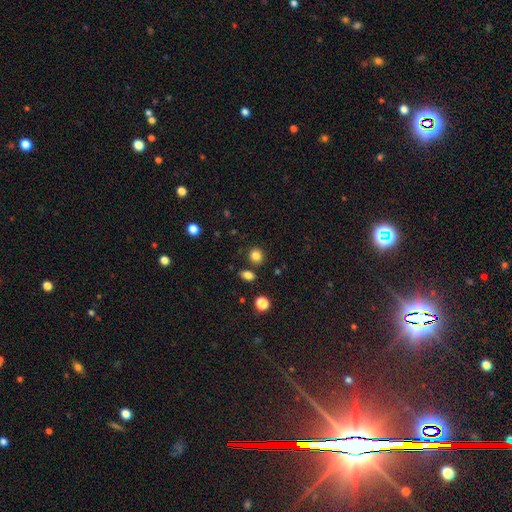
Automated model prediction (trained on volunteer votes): This is clearly a smooth galaxy (84%). How rounded: likely round (78%). Merging: clearly none (82%).